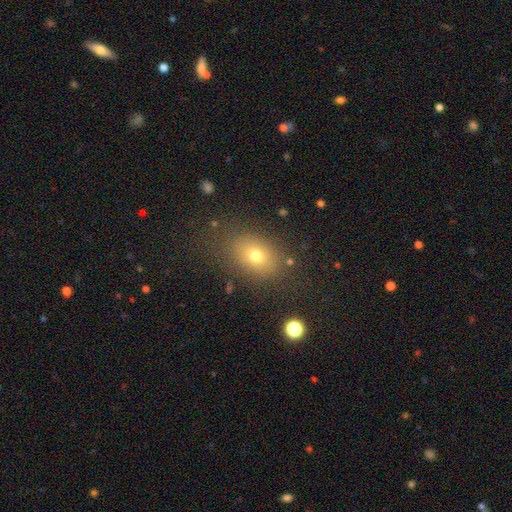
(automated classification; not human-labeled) smooth_or_featured: smooth (p=0.71) [alt: star or artifact p=0.15]
how_rounded: in between (p=0.71) [alt: round p=0.28]
merging: none (p=0.78) [alt: minor disturbance p=0.13]